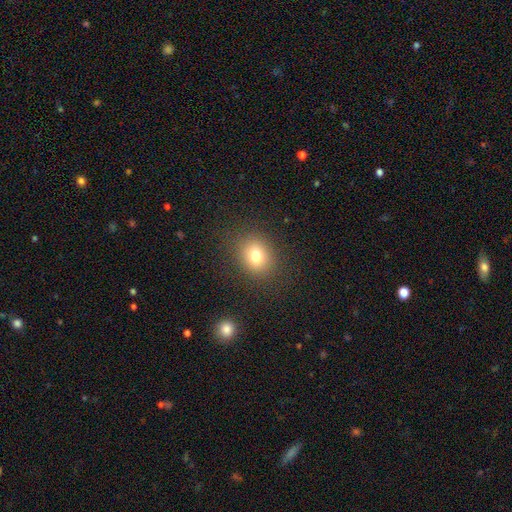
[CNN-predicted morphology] Overall: smooth (77%). How rounded: round (64%; in between 35%). Merging: none (87%).